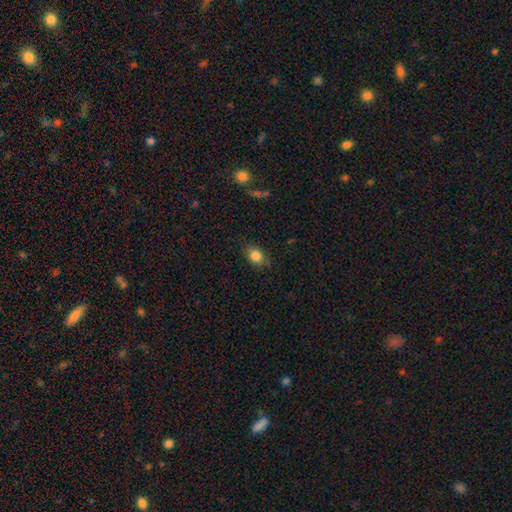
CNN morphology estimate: This is clearly a smooth galaxy (83%). How rounded: possibly in between (54%). Merging: likely none (73%).